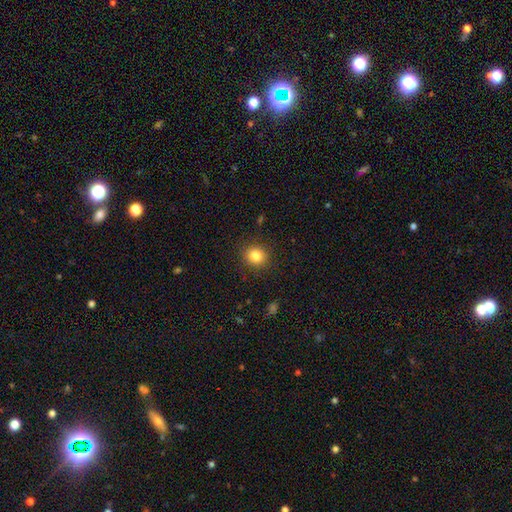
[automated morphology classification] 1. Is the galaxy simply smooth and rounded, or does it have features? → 83% smooth, 11% star or artifact, 6% featured or disk.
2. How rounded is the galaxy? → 86% round, 13% in between, 1% cigar-shaped.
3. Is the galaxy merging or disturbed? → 90% none, 7% minor disturbance, 3% major disturbance, 1% merger.